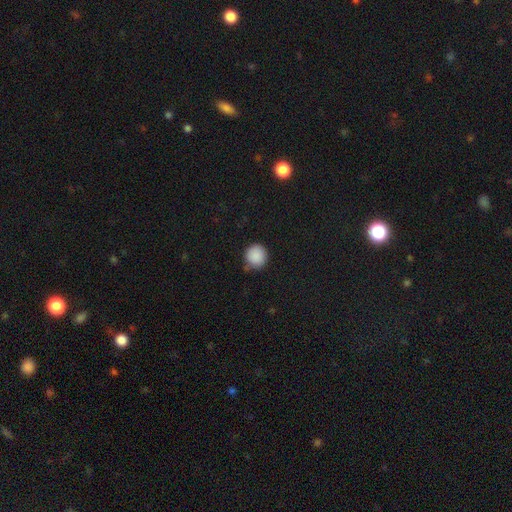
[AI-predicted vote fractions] This is clearly a smooth galaxy (89%). How rounded: clearly round (93%). Merging: clearly none (82%).